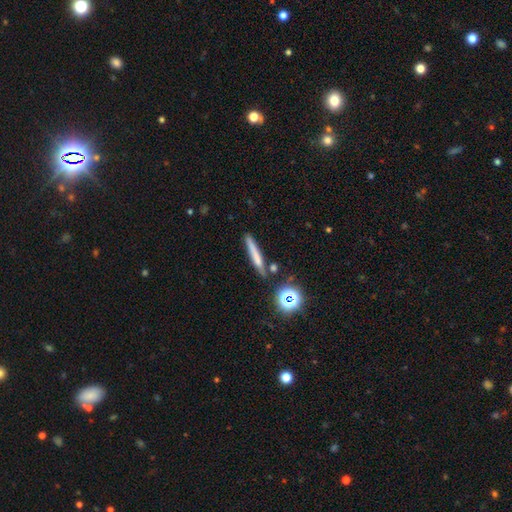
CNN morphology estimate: This appears to be a smooth galaxy with no disk features (62%) that is cigar-shaped (90%). Merging: none (78%).